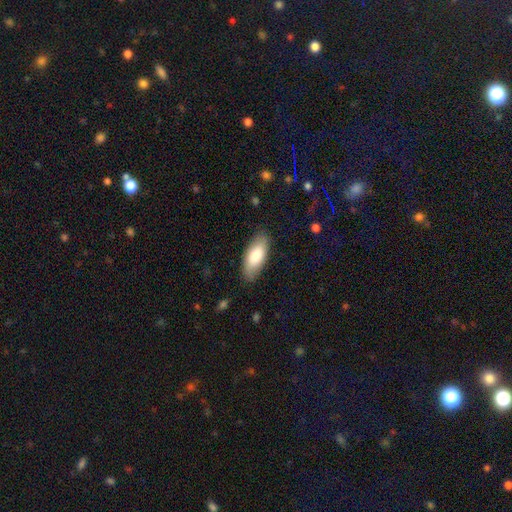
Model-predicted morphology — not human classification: smooth_or_featured: smooth (p=0.80) [alt: featured or disk p=0.15]
how_rounded: in between (p=0.85) [alt: cigar-shaped p=0.14]
merging: none (p=0.84) [alt: minor disturbance p=0.12]